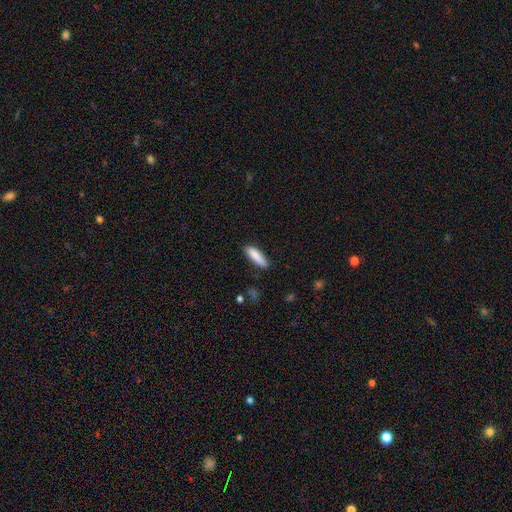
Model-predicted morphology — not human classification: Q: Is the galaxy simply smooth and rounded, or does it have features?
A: smooth — 86%.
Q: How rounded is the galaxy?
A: cigar-shaped — 62%.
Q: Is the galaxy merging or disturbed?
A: none — 82%.